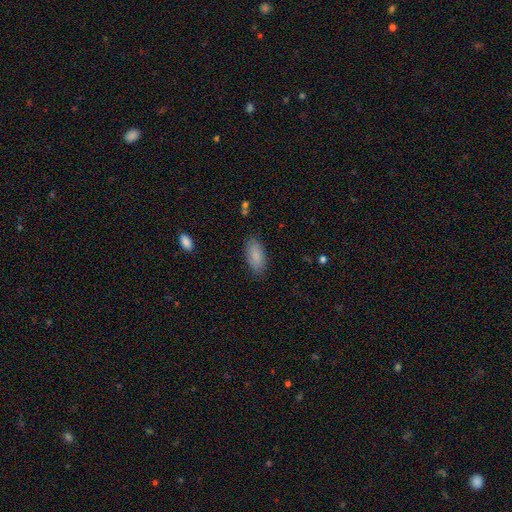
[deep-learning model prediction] Q: Smooth or featured?
A: smooth (86%); runner-up: featured or disk (8%)
Q: How rounded?
A: in between (89%); runner-up: cigar-shaped (9%)
Q: Merging?
A: none (84%); runner-up: minor disturbance (12%)